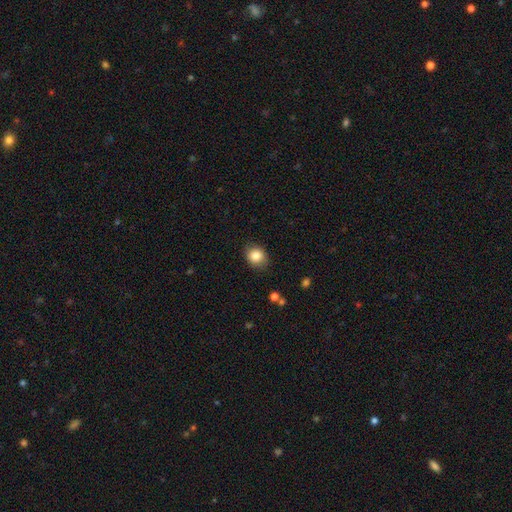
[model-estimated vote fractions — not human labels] Smooth or featured? smooth (85%)
How rounded? round (63%)
Merging? none (84%)